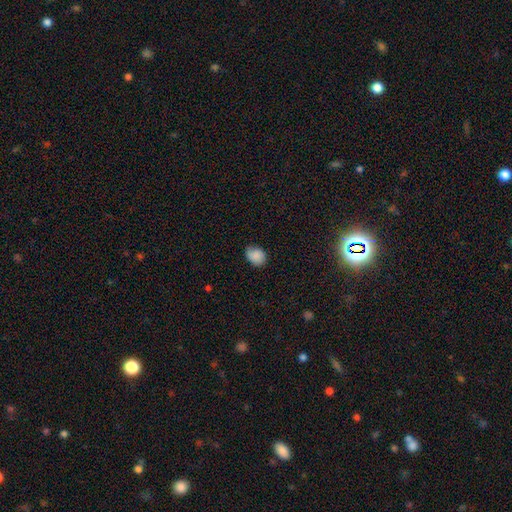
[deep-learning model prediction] Smooth or featured: smooth — 85% (star or artifact — 8%)
How rounded: in between — 56% (round — 43%)
Merging: none — 71% (minor disturbance — 24%)